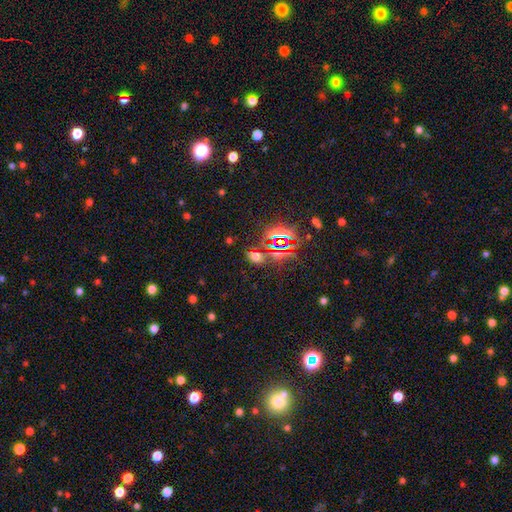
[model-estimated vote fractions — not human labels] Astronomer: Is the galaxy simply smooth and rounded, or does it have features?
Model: star or artifact — 54% (runner-up: smooth, 39%).